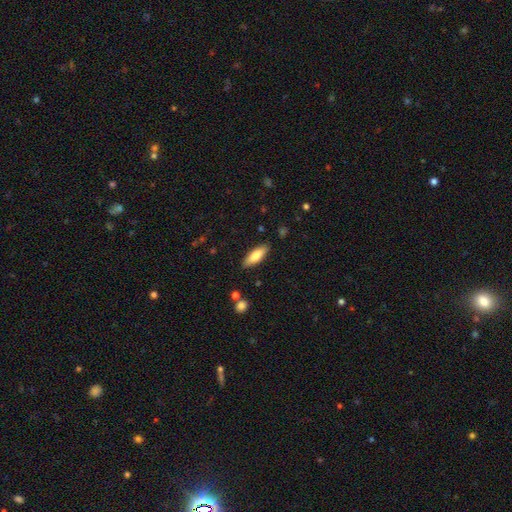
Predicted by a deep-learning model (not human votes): Smooth or featured? Predicted: smooth (p=0.76). How rounded? Predicted: in between (p=0.64). Merging? Predicted: none (p=0.87).